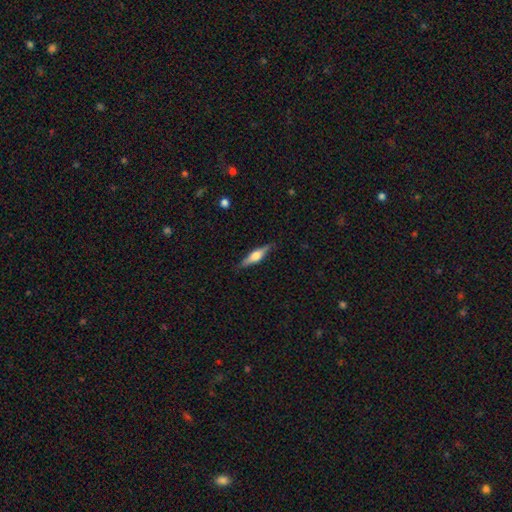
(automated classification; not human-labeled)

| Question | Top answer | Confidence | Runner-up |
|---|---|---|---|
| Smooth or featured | featured or disk | 59% | smooth (35%) |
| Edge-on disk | yes | 96% | no (4%) |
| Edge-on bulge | rounded | 88% | boxy (9%) |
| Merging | none | 86% | minor disturbance (10%) |